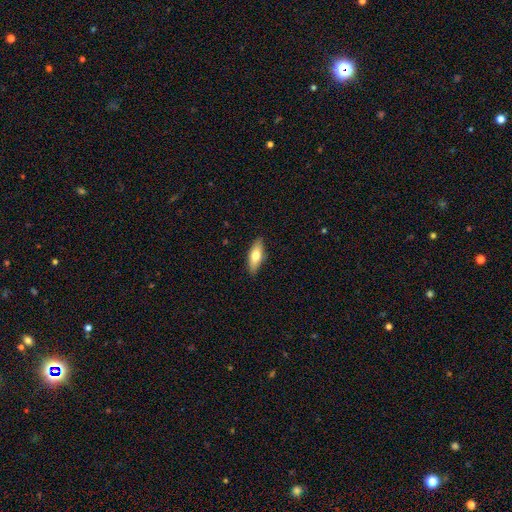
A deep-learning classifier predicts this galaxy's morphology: Smooth or featured?
  - smooth: 70% *
  - featured or disk: 24%
  - star or artifact: 6%
How rounded?
  - in between: 65% *
  - cigar-shaped: 33%
  - round: 2%
Merging?
  - none: 87% *
  - minor disturbance: 10%
  - major disturbance: 2%
  - merger: 1%